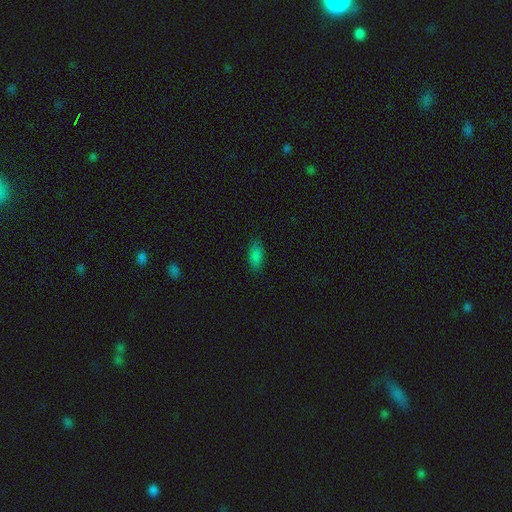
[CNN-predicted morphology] smooth_or_featured: smooth (p=0.85) [alt: star or artifact p=0.10]
how_rounded: in between (p=0.87) [alt: cigar-shaped p=0.10]
merging: none (p=0.84) [alt: minor disturbance p=0.13]